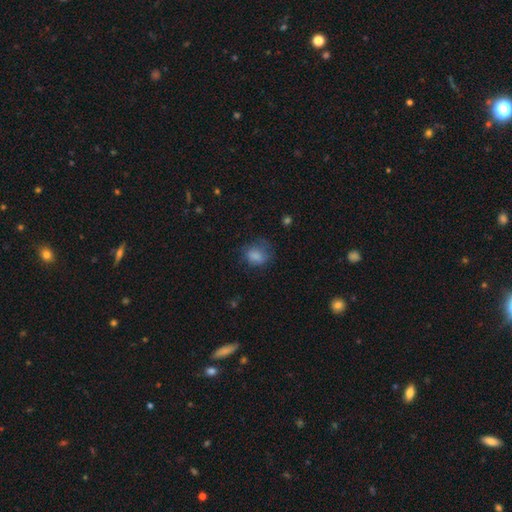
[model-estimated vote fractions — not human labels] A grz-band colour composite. It shows a smooth galaxy with no disk features (77%) that is round (52%). Merging: none (54%).